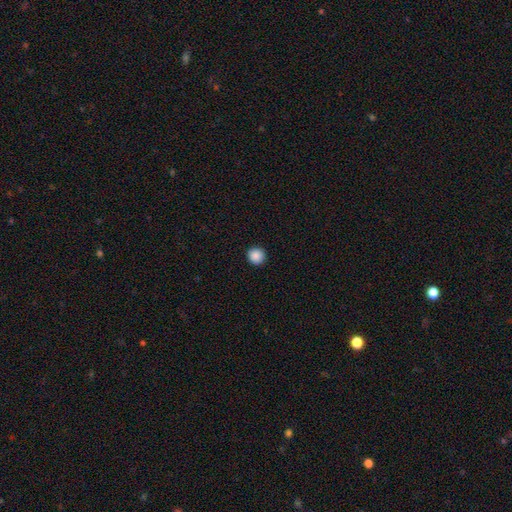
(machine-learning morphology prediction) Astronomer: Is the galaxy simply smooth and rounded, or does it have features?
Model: smooth — 88%.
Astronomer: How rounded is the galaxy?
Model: round — 95%.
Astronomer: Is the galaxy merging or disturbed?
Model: none — 93%.